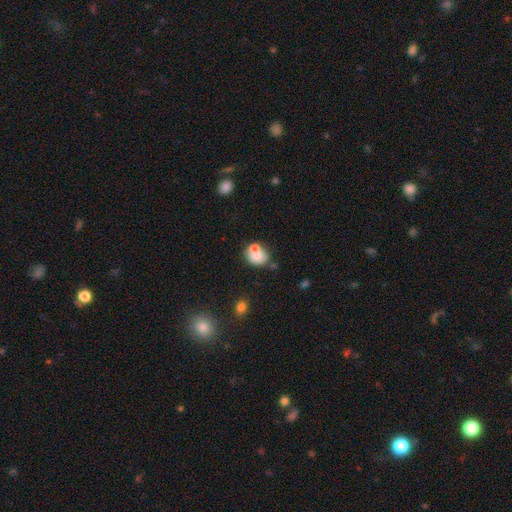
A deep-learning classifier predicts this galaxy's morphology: A smooth galaxy with no disk features (71%) that is round (57%).

Vote fractions:
- Smooth or featured? smooth: 71% / featured or disk: 20% / star or artifact: 9%
- How rounded? round: 57% / in between: 42% / cigar-shaped: 1%
- Merging? none: 45% / merger: 37% / minor disturbance: 13% / major disturbance: 5%